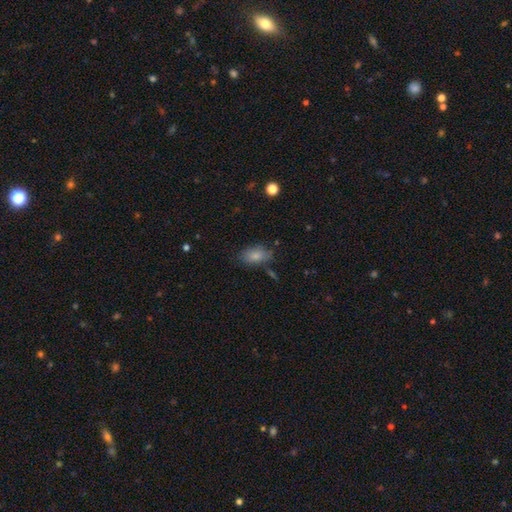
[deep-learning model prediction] smooth-or-featured: smooth: 82% | featured or disk: 10% | star or artifact: 8%
  how-rounded: in between: 91% | round: 7% | cigar-shaped: 3%
  merging: none: 70% | minor disturbance: 20% | major disturbance: 5% | merger: 5%